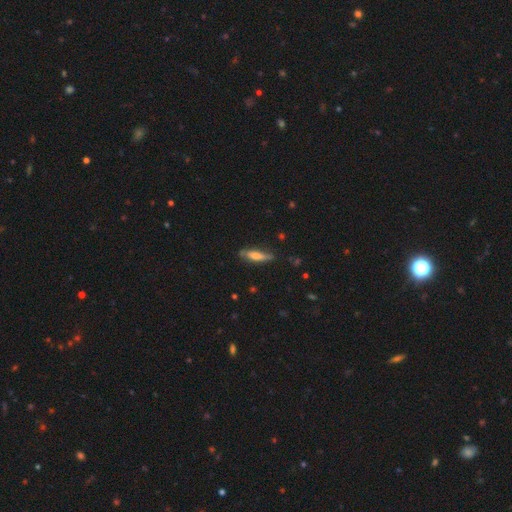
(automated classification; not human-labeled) Smooth or featured?
  - smooth: 55% *
  - featured or disk: 39%
  - star or artifact: 6%
How rounded?
  - cigar-shaped: 74% *
  - in between: 24%
  - round: 2%
Merging?
  - none: 76% *
  - minor disturbance: 19%
  - major disturbance: 4%
  - merger: 2%